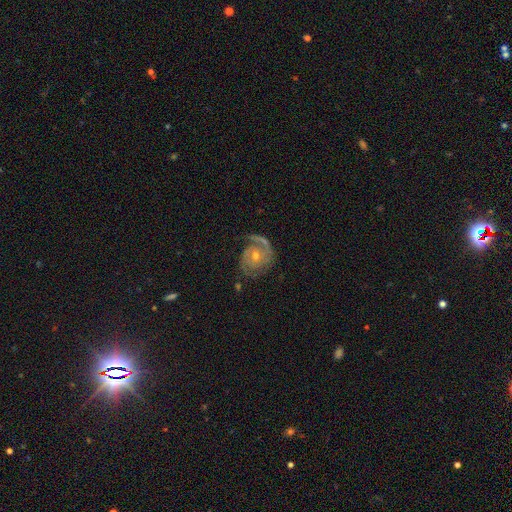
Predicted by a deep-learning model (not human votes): This appears to be a featured or disk galaxy (88%) with no bar (67%), 2 (67%) tight (52%) spiral arms (96%) and a moderate central bulge (48%, tied with small). Merging: none (69%).